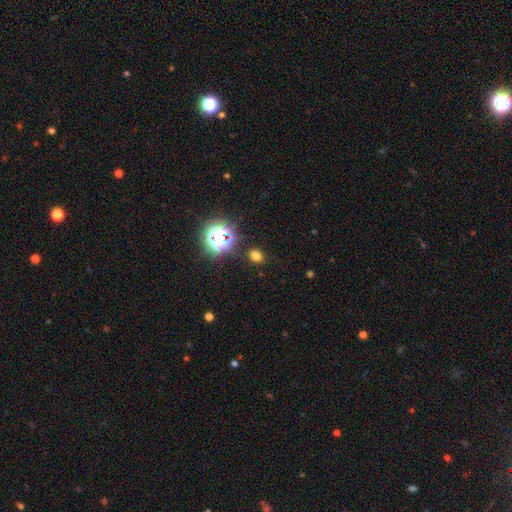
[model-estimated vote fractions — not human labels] A smooth galaxy with no disk features (66%) that is in between round and cigar-shaped (59%). Merging: none (84%).